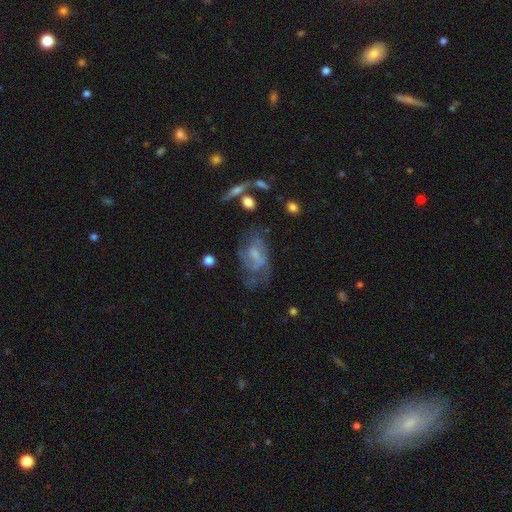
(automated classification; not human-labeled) smooth_or_featured: featured or disk (p=0.61) [alt: smooth p=0.28]
disk_edge_on: no (p=0.94) [alt: yes p=0.06]
bar: no (p=0.47) [alt: weak p=0.43]
has_spiral_arms: yes (p=0.60) [alt: no p=0.40]
bulge_size: small (p=0.39) [alt: moderate p=0.32]
merging: none (p=0.41) [alt: major disturbance p=0.29]